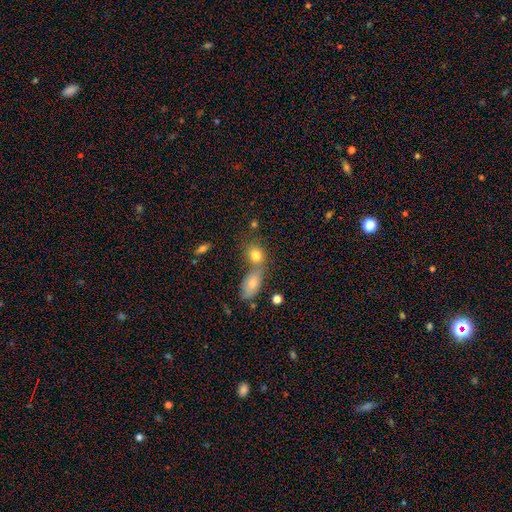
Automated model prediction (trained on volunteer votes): Smooth or featured? smooth (79%)
How rounded? in between (50%)
Merging? merger (46%)